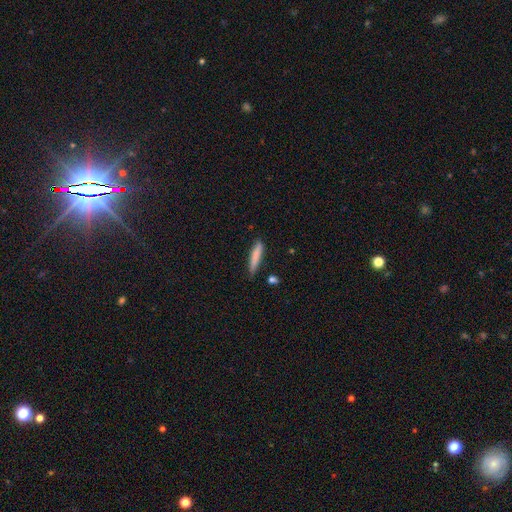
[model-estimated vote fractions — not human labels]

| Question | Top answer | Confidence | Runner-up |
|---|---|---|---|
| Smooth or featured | smooth | 81% | featured or disk (13%) |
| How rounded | cigar-shaped | 87% | in between (11%) |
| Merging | none | 77% | minor disturbance (17%) |